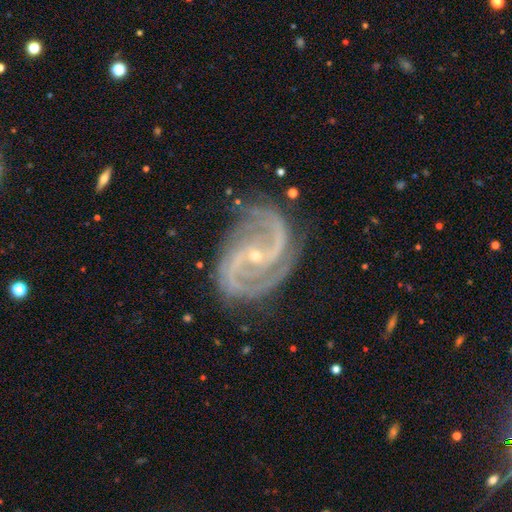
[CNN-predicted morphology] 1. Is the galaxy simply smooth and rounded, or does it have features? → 92% featured or disk, 6% star or artifact, 3% smooth.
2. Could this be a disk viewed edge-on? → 98% no, 2% yes.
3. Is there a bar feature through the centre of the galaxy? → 49% no, 34% weak, 17% strong.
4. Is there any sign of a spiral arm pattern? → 98% yes, 2% no.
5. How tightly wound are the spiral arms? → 58% medium, 22% tight, 20% loose.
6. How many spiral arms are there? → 81% 2, 7% 3, 4% can't tell, 3% 4, 3% 1, 3% more than 4.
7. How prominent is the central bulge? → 84% small, 13% moderate, 1% none, 1% large, 1% dominant.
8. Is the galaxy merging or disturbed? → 71% none, 19% minor disturbance, 8% major disturbance, 2% merger.